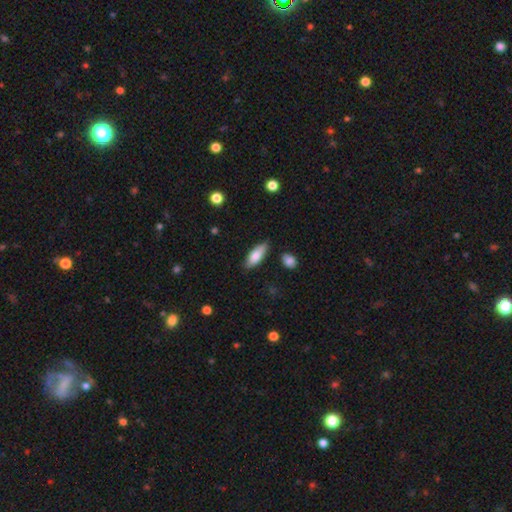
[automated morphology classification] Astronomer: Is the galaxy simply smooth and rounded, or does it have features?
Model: smooth — 80%.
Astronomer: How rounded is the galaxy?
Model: in between — 67%.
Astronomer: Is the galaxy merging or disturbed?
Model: none — 79%.